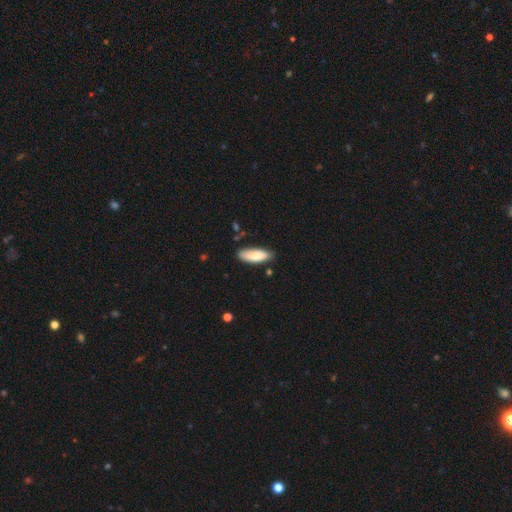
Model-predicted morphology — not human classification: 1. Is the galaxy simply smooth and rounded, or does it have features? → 83% smooth, 12% featured or disk, 6% star or artifact.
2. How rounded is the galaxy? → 70% in between, 29% cigar-shaped, 2% round.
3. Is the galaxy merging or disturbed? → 75% none, 20% minor disturbance, 3% major disturbance, 2% merger.